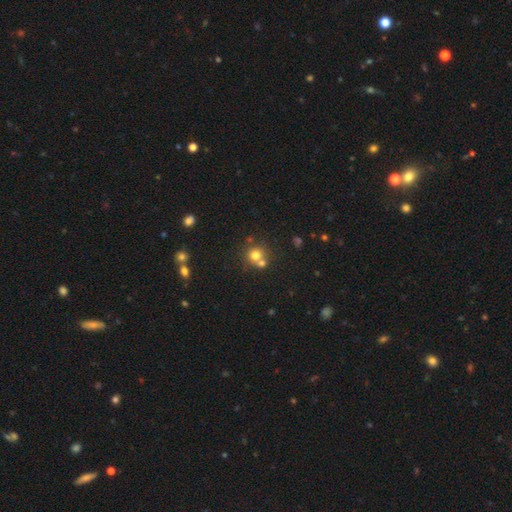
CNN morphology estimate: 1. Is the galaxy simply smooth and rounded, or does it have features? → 72% smooth, 15% star or artifact, 12% featured or disk.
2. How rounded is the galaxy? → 89% round, 11% in between, 1% cigar-shaped.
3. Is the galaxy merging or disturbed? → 55% none, 35% merger, 7% minor disturbance, 3% major disturbance.